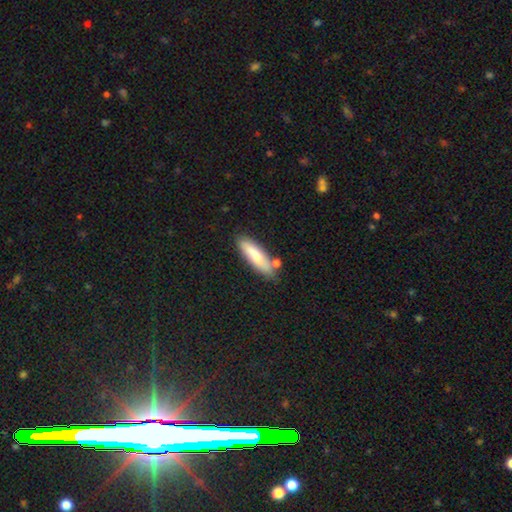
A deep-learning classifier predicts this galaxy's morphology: smooth 74%, featured or disk 20%, star or artifact 6%. Down the decision tree: how rounded — cigar-shaped (66%); merging — none (72%).